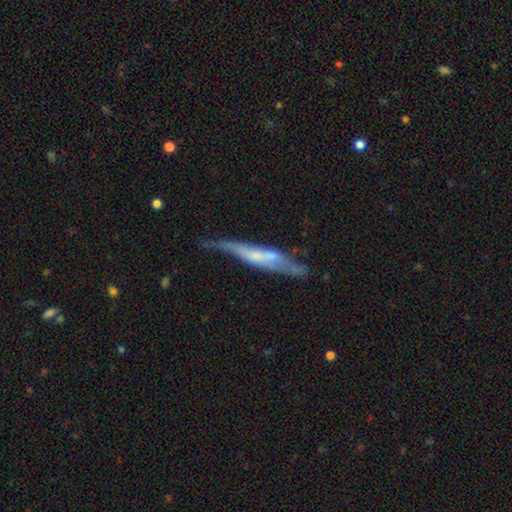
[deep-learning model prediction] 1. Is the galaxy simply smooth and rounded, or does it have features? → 65% featured or disk, 29% smooth, 6% star or artifact.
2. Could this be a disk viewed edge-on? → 67% yes, 33% no.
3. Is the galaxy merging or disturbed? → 42% none, 32% minor disturbance, 19% major disturbance, 7% merger.